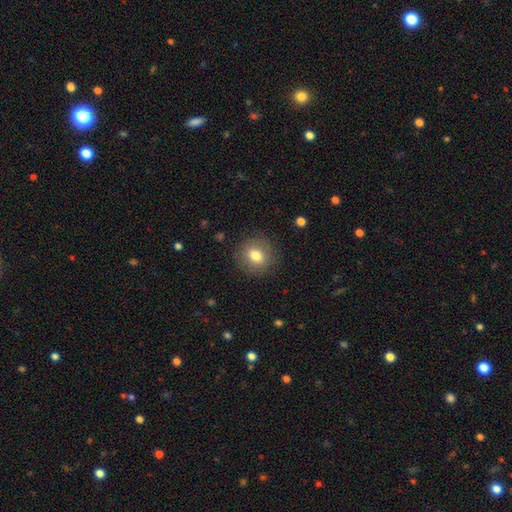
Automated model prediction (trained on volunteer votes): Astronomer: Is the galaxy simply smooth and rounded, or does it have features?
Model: smooth — 77%.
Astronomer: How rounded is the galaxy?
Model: round — 81%.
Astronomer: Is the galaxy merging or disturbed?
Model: none — 87%.